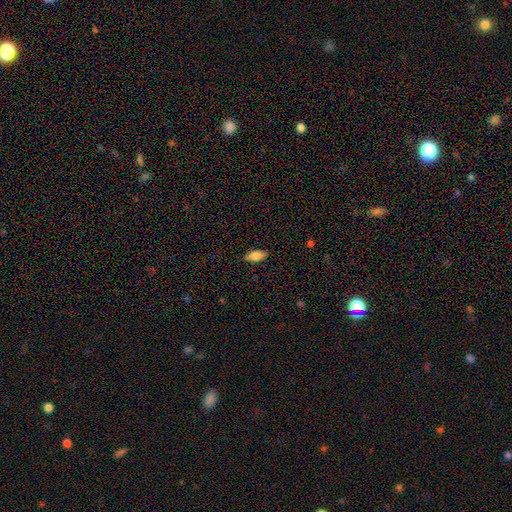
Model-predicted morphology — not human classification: Smooth or featured? smooth (72%)
How rounded? in between (82%)
Merging? none (86%)